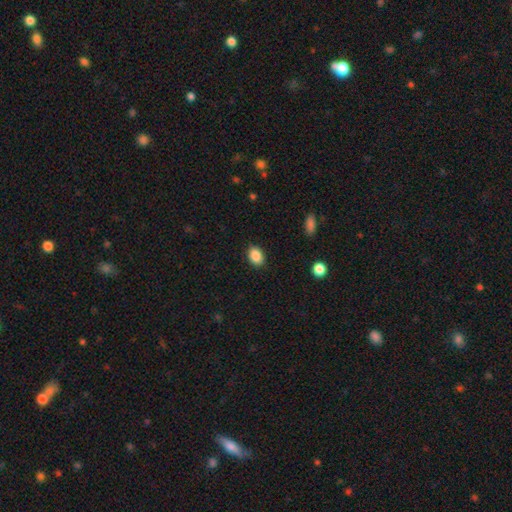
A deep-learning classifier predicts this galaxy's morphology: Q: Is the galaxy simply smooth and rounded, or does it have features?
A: smooth — 88%.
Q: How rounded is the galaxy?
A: in between — 78%.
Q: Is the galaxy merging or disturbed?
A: none — 88%.